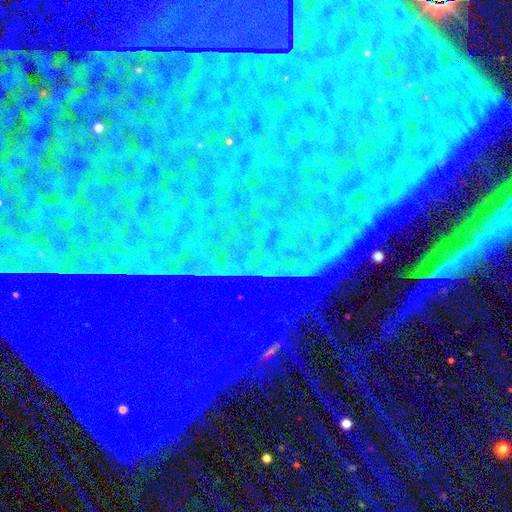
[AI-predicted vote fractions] smooth-or-featured: star or artifact: 87% | featured or disk: 7% | smooth: 6%